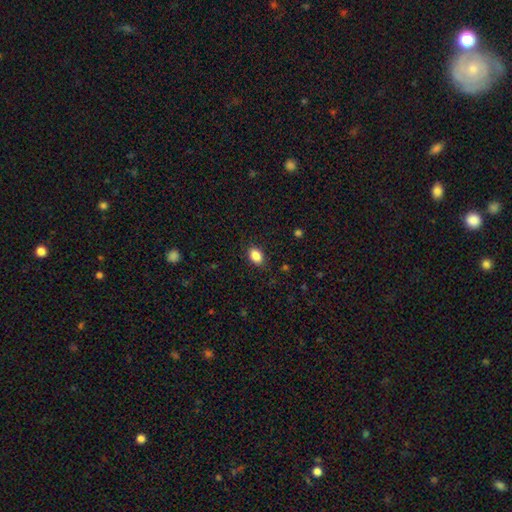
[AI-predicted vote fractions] Morphology: type=smooth (86%); roundness=in between (85%); merging=none (87%).